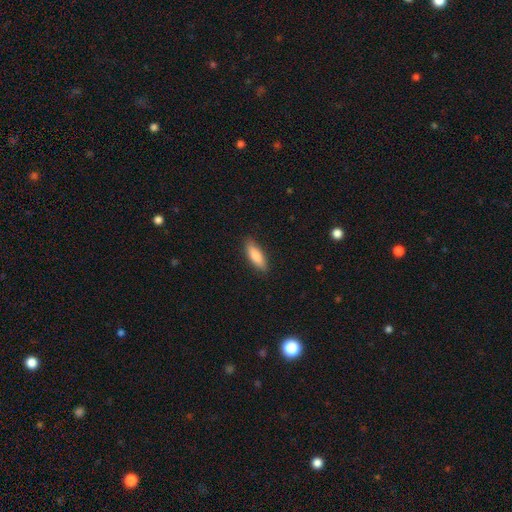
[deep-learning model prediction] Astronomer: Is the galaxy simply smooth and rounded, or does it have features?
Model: smooth — 83%.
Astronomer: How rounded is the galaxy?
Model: in between — 59% (runner-up: cigar-shaped, 40%).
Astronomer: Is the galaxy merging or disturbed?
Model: none — 88%.